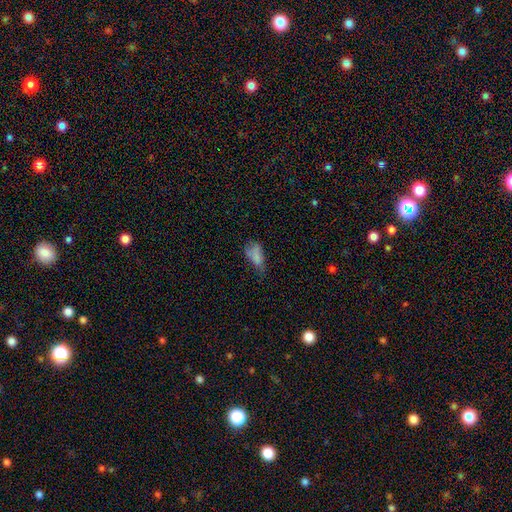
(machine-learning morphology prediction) type=smooth (70%); roundness=in between (87%); merging=minor disturbance (34%).